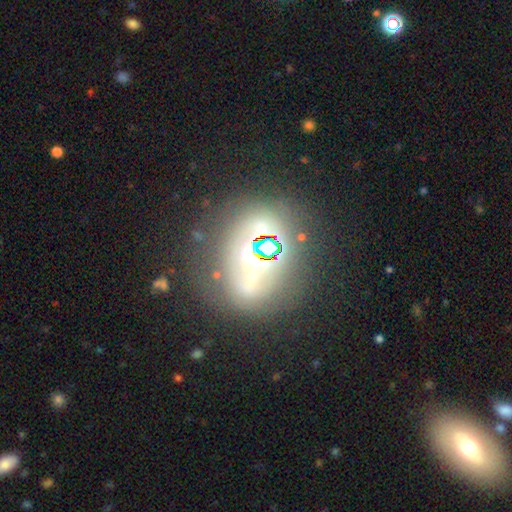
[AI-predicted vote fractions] Smooth or featured? star or artifact (47%)